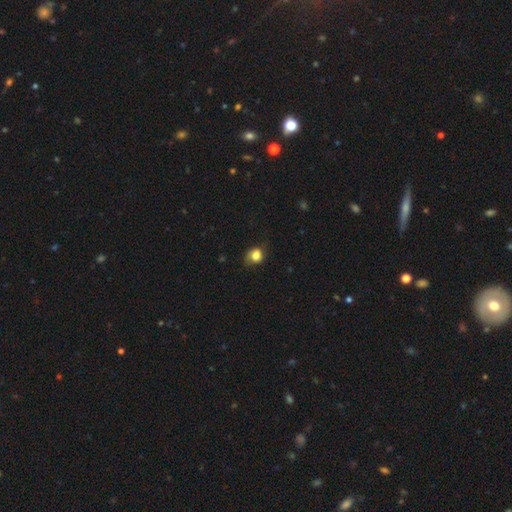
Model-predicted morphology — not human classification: Smooth or featured? smooth (80%)
How rounded? round (62%)
Merging? none (57%)